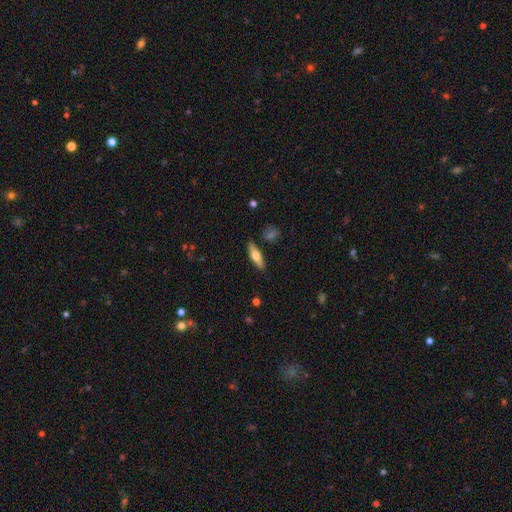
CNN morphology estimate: The model was most divided on "how rounded": cigar-shaped: 55%, in between: 43%, round: 3%. More confident: merging — none (86%); smooth or featured — smooth (54%).